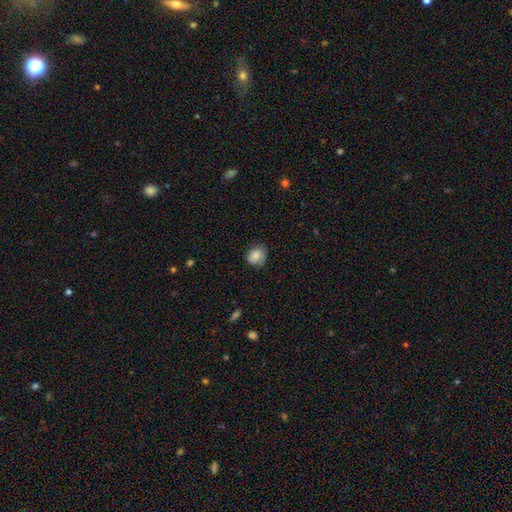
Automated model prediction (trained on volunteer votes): The model was most divided on "merging": none: 72%, minor disturbance: 22%, major disturbance: 5%, merger: 1%. More confident: smooth or featured — smooth (84%); how rounded — round (75%).